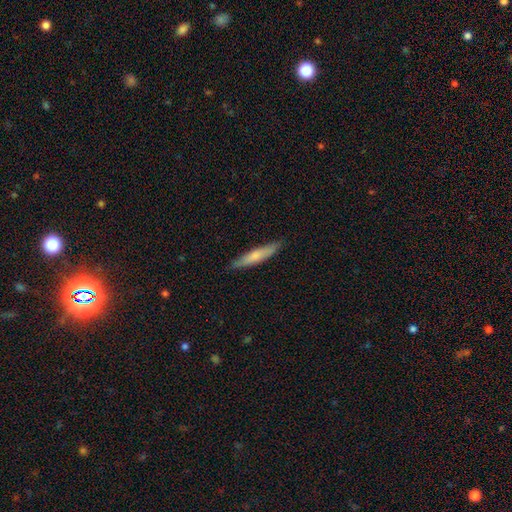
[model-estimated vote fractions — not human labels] A smooth galaxy with no disk features (65%) that is cigar-shaped (89%). Merging: none (88%).